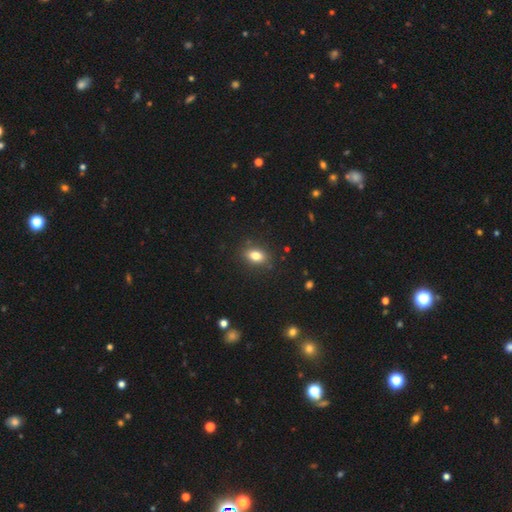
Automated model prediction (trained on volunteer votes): Overall: smooth (81%). How rounded: in between (81%). Merging: none (86%).